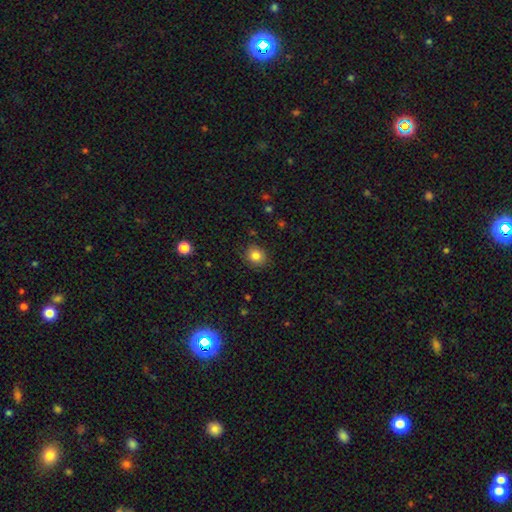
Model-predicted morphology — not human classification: This appears to be a smooth galaxy with no disk features (82%) that is round (75%). Merging: none (87%).